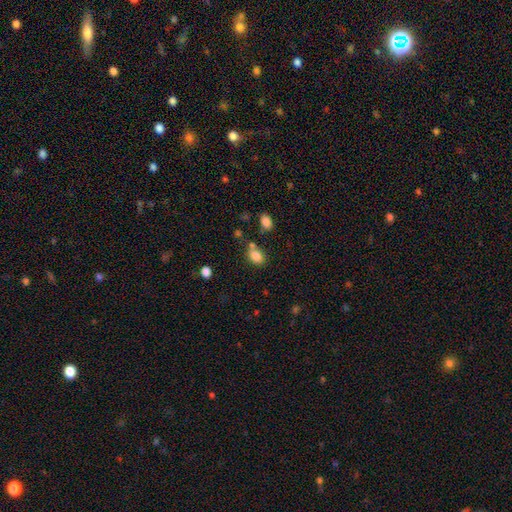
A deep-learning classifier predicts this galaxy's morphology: Overall: smooth (83%). How rounded: in between (68%; round 31%). Merging: none (58%; merger 20%).